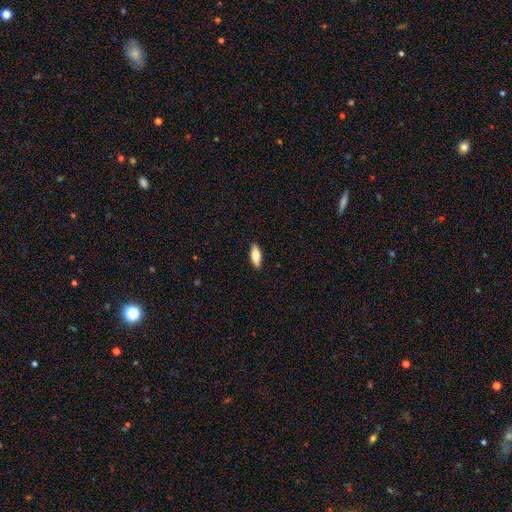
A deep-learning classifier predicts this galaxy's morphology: Smooth or featured? Predicted: smooth (p=0.71). How rounded? Predicted: in between (p=0.73). Merging? Predicted: none (p=0.90).